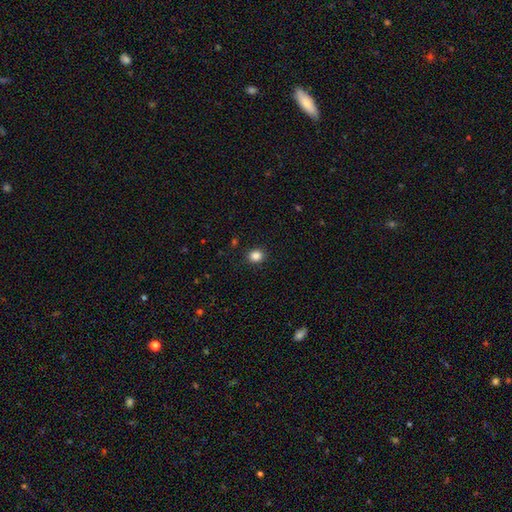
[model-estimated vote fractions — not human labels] smooth 86%, star or artifact 11%, featured or disk 3%. Down the decision tree: how rounded — round (69%); merging — none (90%).